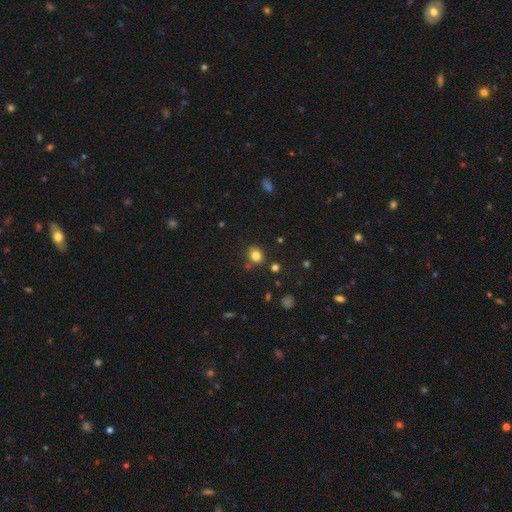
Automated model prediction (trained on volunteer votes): Smooth or featured? smooth (81%)
How rounded? round (59%)
Merging? none (79%)